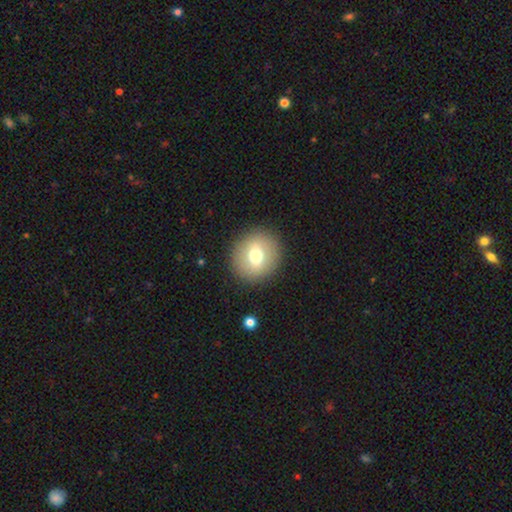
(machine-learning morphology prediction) Smooth or featured?
  - smooth: 67% *
  - featured or disk: 24%
  - star or artifact: 9%
How rounded?
  - round: 84% *
  - in between: 15%
  - cigar-shaped: 1%
Merging?
  - none: 89% *
  - minor disturbance: 7%
  - major disturbance: 3%
  - merger: 1%